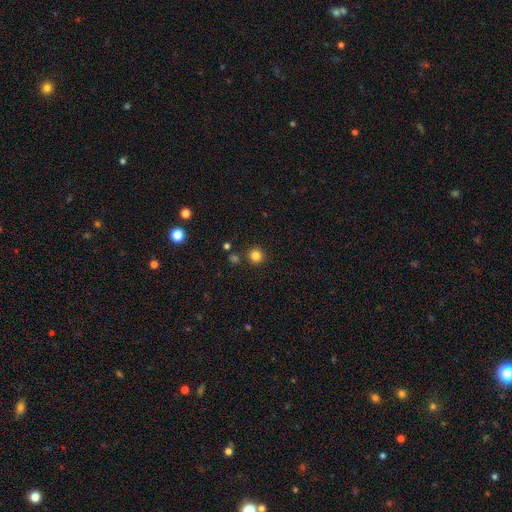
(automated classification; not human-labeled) Q: Smooth or featured?
A: smooth (82%); runner-up: star or artifact (13%)
Q: How rounded?
A: round (95%); runner-up: in between (4%)
Q: Merging?
A: none (89%); runner-up: minor disturbance (6%)